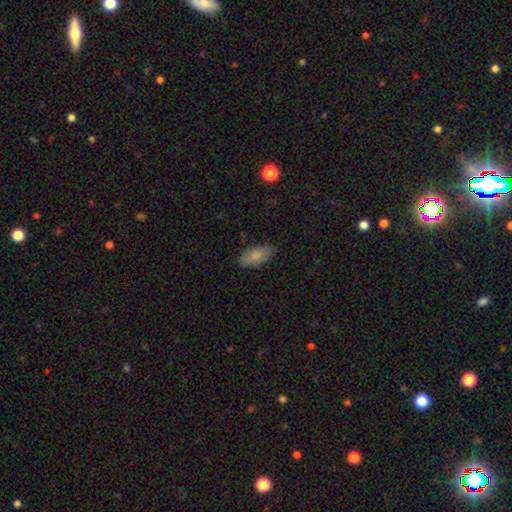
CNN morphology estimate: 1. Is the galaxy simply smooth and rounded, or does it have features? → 82% smooth, 11% featured or disk, 7% star or artifact.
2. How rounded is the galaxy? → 91% in between, 6% cigar-shaped, 2% round.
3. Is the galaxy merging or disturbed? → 83% none, 13% minor disturbance, 3% major disturbance, 1% merger.